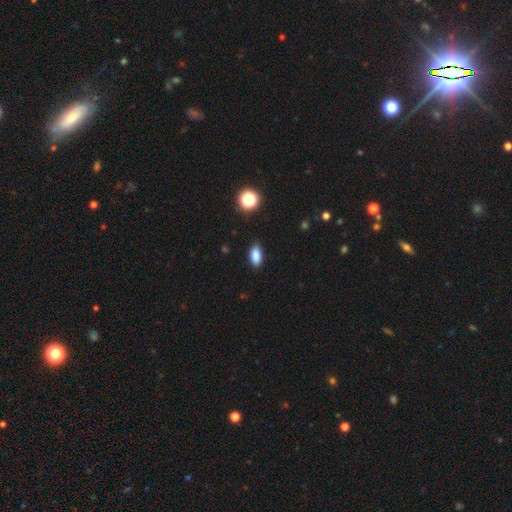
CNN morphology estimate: Smooth or featured?
  - smooth: 85% *
  - star or artifact: 10%
  - featured or disk: 5%
How rounded?
  - in between: 89% *
  - cigar-shaped: 6%
  - round: 5%
Merging?
  - none: 87% *
  - minor disturbance: 10%
  - major disturbance: 2%
  - merger: 1%